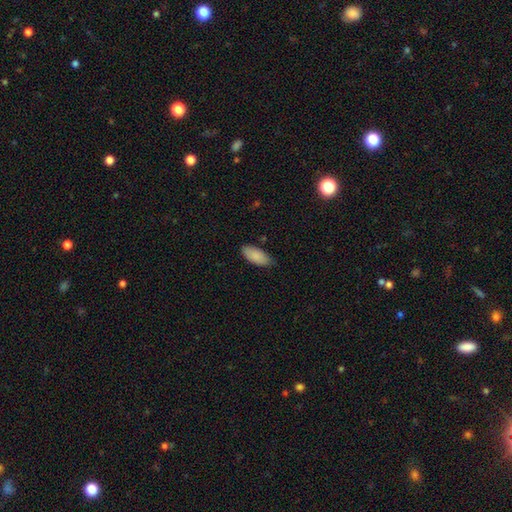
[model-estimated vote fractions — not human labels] The model was most divided on "merging": none: 76%, minor disturbance: 20%, major disturbance: 3%, merger: 1%. More confident: how rounded — in between (89%); smooth or featured — smooth (88%).